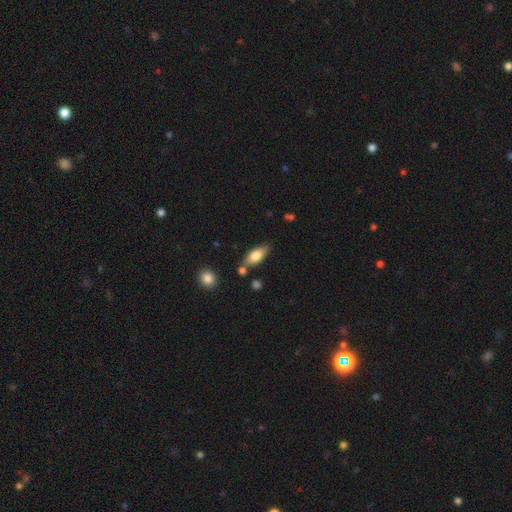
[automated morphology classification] Q: Smooth or featured?
A: smooth (72%); runner-up: featured or disk (21%)
Q: How rounded?
A: in between (80%); runner-up: cigar-shaped (17%)
Q: Merging?
A: none (73%); runner-up: minor disturbance (16%)